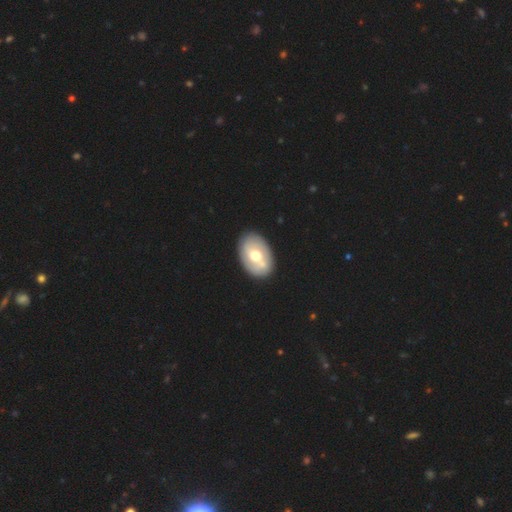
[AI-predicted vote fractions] Morphology: type=featured or disk (51%); edge-on=no (94%); merging=none (78%).